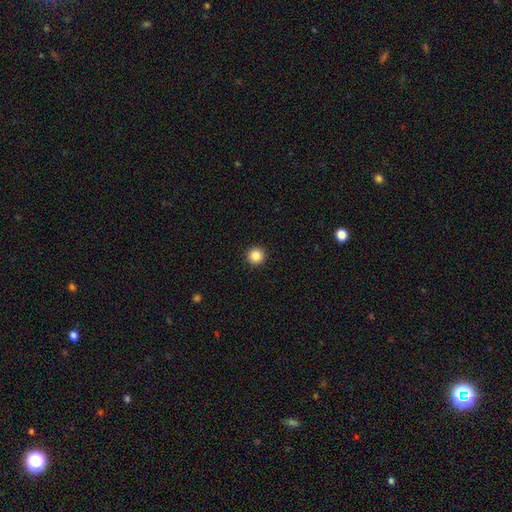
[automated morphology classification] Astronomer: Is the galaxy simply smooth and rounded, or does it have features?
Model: smooth — 86%.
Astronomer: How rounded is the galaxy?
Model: round — 96%.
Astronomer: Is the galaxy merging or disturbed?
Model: none — 93%.